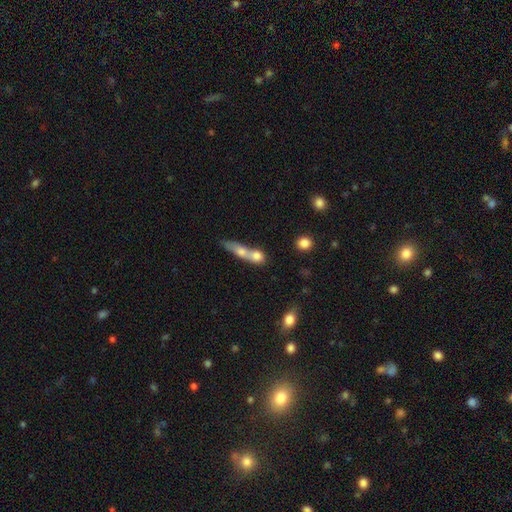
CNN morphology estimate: This appears to be a smooth galaxy with no disk features (66%) that is cigar-shaped (38%). Merging: merger (67%).